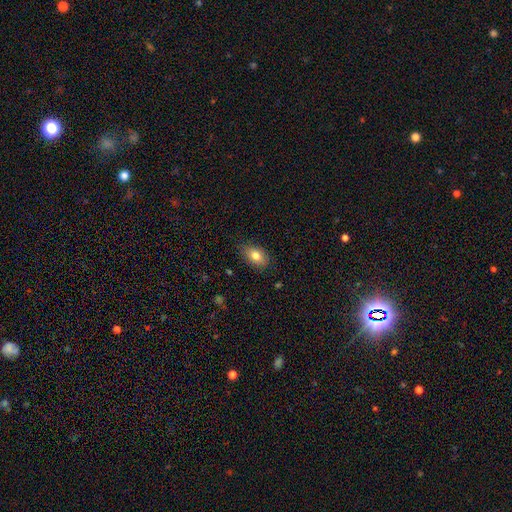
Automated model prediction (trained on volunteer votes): smooth_or_featured: smooth (p=0.79) [alt: featured or disk p=0.12]
how_rounded: in between (p=0.85) [alt: round p=0.13]
merging: none (p=0.81) [alt: minor disturbance p=0.15]